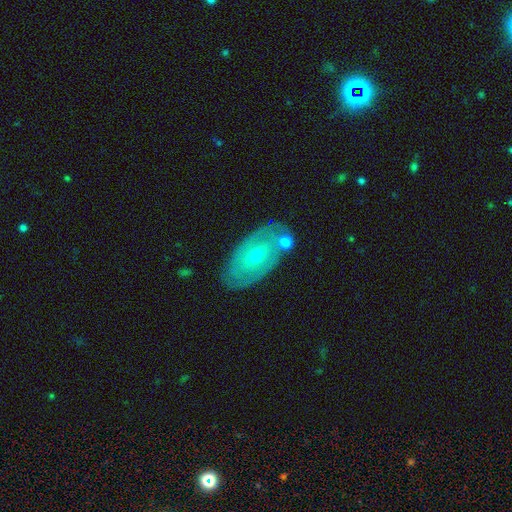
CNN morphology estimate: A featured or disk galaxy (65%) with no bar (51%), spiral arms (56%) and a small central bulge (62%). Merging: none (74%).